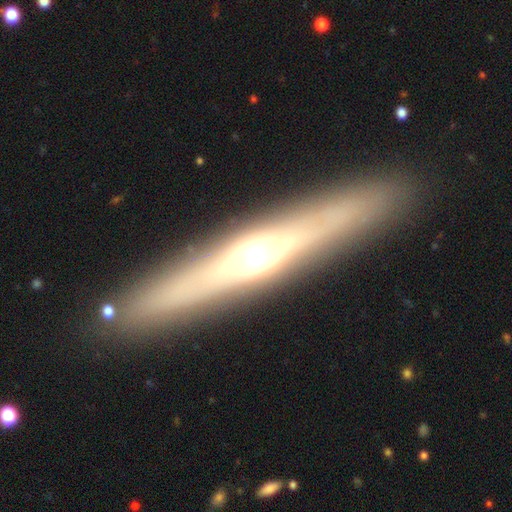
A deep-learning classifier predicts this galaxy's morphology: Smooth or featured? Predicted: featured or disk (p=0.68). Edge-on disk? Predicted: yes (p=0.91). Edge-on bulge? Predicted: rounded (p=0.85). Merging? Predicted: none (p=0.90).